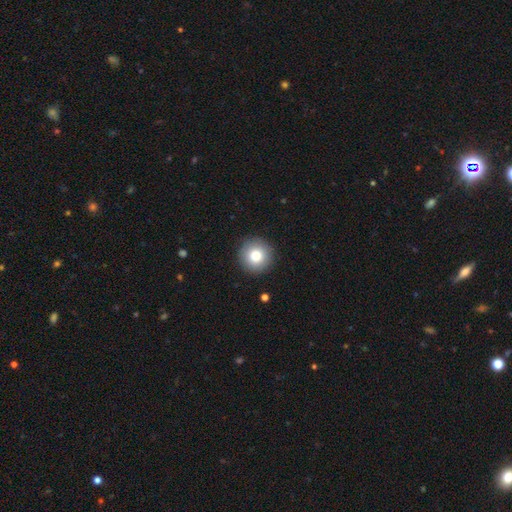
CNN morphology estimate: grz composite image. It shows a smooth galaxy with no disk features (82%) that is round (95%). Merging: none (91%).